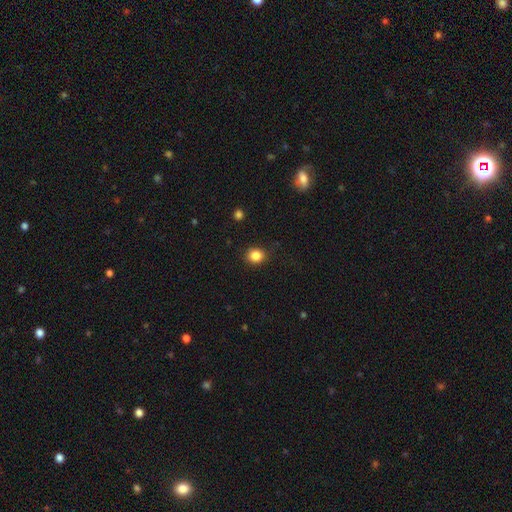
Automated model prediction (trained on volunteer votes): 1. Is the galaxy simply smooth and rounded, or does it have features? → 85% smooth, 11% star or artifact, 4% featured or disk.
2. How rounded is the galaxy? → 73% round, 26% in between, 1% cigar-shaped.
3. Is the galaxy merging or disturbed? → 87% none, 9% minor disturbance, 2% major disturbance, 1% merger.